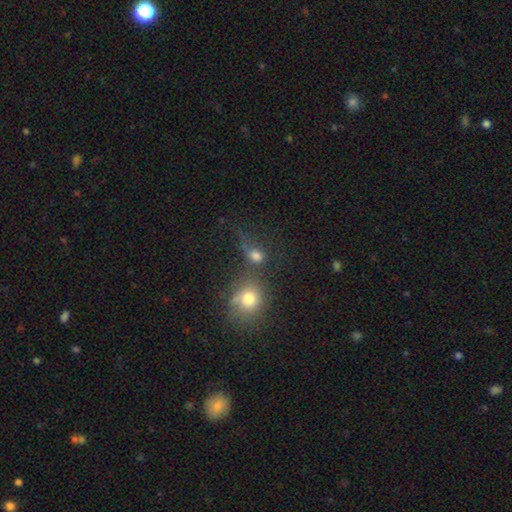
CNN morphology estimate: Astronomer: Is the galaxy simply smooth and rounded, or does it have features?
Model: smooth — 72%.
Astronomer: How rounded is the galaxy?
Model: round — 62%.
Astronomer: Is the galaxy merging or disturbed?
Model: none — 40% (runner-up: merger, 33%).